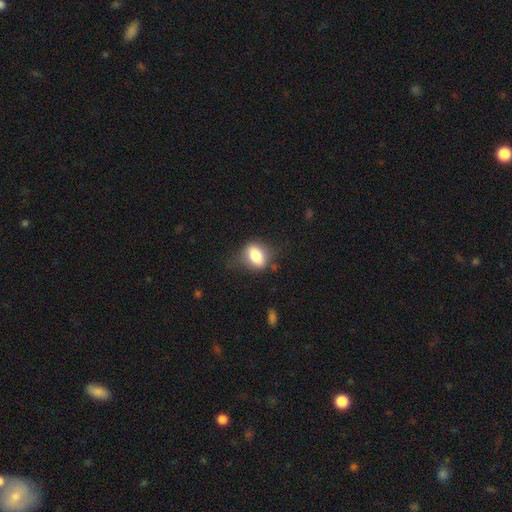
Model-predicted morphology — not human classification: Smooth or featured?
  - smooth: 74% *
  - featured or disk: 18%
  - star or artifact: 9%
How rounded?
  - in between: 66% *
  - round: 31%
  - cigar-shaped: 3%
Merging?
  - none: 69% *
  - minor disturbance: 21%
  - major disturbance: 8%
  - merger: 2%